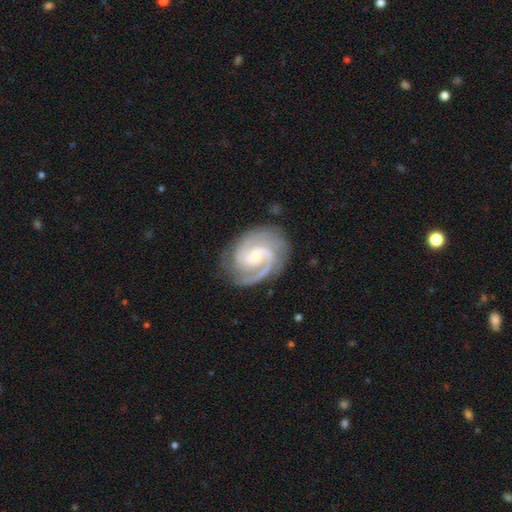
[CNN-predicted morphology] Smooth or featured?
  - featured or disk: 91% *
  - smooth: 4%
  - star or artifact: 4%
Edge-on disk?
  - no: 98% *
  - yes: 2%
Bar?
  - no: 45% *
  - weak: 44%
  - strong: 11%
Spiral arms?
  - yes: 98% *
  - no: 2%
Spiral winding?
  - tight: 52% *
  - medium: 42%
  - loose: 6%
Spiral arm count?
  - 2: 67% *
  - 3: 17%
  - can't tell: 7%
  - 1: 4%
  - 4: 3%
  - more than 4: 3%
Bulge size?
  - small: 58% *
  - moderate: 37%
  - none: 2%
  - large: 2%
  - dominant: 1%
Merging?
  - none: 79% *
  - minor disturbance: 15%
  - major disturbance: 5%
  - merger: 1%